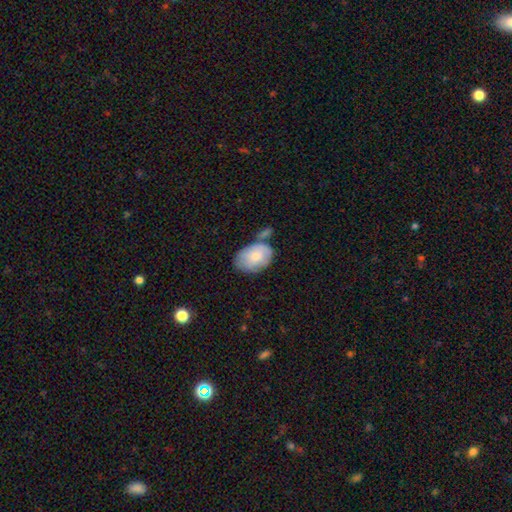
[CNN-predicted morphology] Smooth or featured: smooth — 75% (featured or disk — 20%)
How rounded: in between — 87% (round — 12%)
Merging: none — 50% (minor disturbance — 25%)